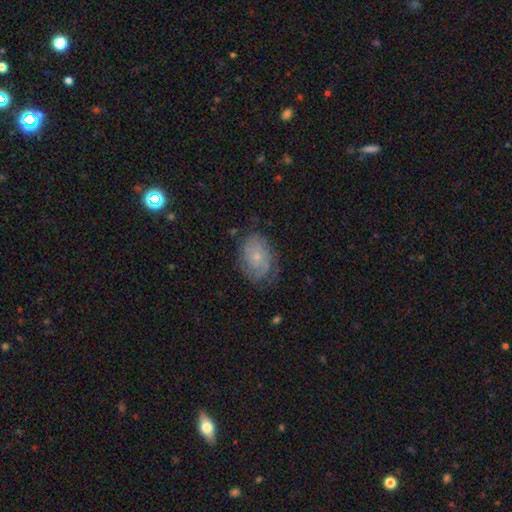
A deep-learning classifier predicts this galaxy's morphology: Overall: featured or disk (60%; smooth 32%). Edge-on disk: no (97%). Bar: no (82%). Spiral arms: yes (83%). Bulge size: small (73%). Merging: none (68%).